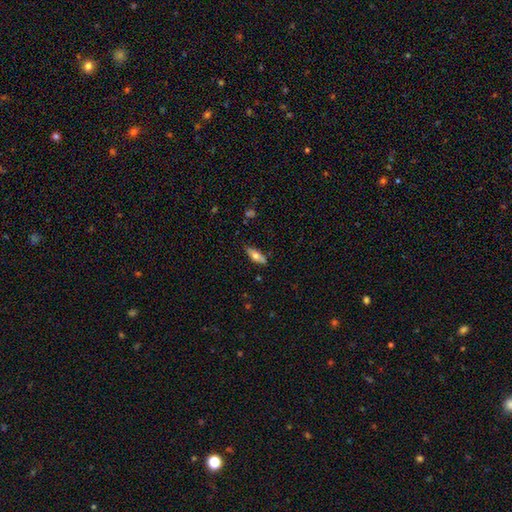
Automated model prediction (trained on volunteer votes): Smooth or featured?
  - smooth: 66% *
  - featured or disk: 27%
  - star or artifact: 7%
How rounded?
  - in between: 64% *
  - cigar-shaped: 33%
  - round: 3%
Merging?
  - none: 82% *
  - minor disturbance: 13%
  - major disturbance: 2%
  - merger: 2%